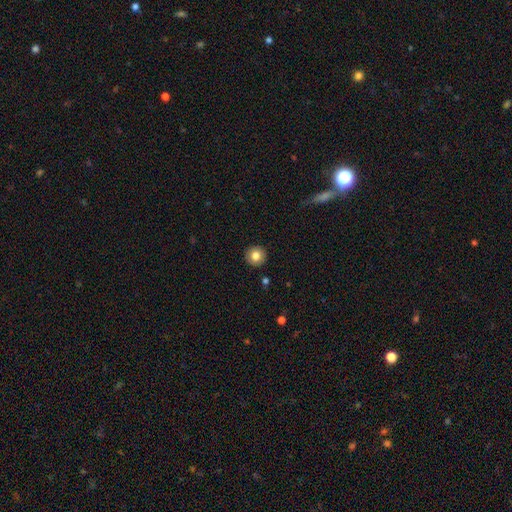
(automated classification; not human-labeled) This is clearly a smooth galaxy (82%). How rounded: clearly round (94%). Merging: clearly none (92%).